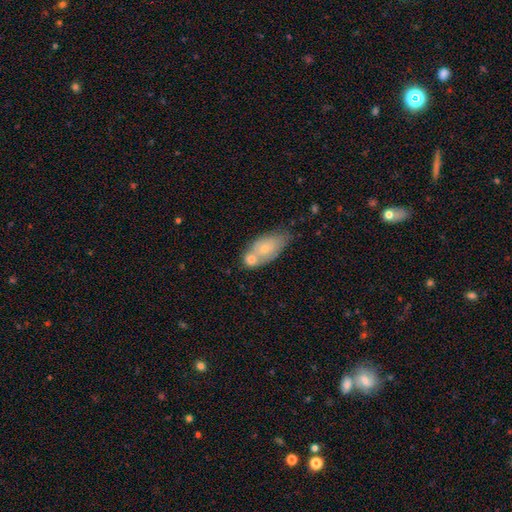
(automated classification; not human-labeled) The model was most divided on "merging": merger: 41%, none: 35%, minor disturbance: 18%, major disturbance: 6%. More confident: how rounded — in between (85%); smooth or featured — smooth (61%).